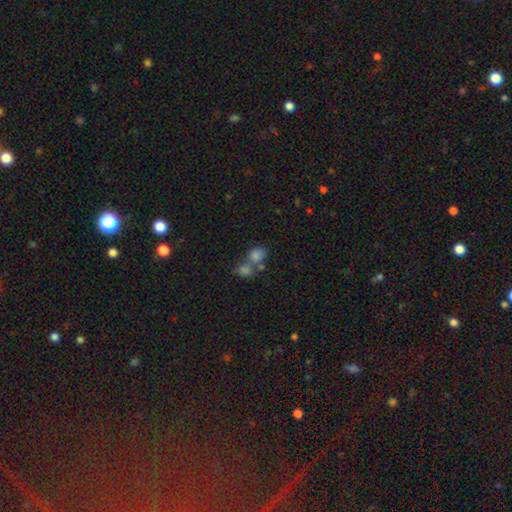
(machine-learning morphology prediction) This is likely a smooth galaxy (75%). How rounded: possibly round (52%). Merging: possibly merger (51%).